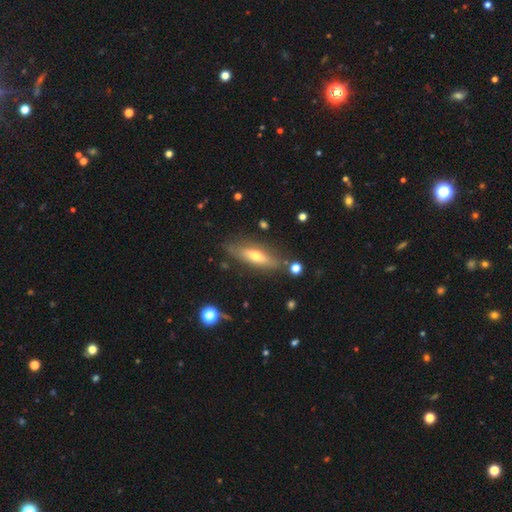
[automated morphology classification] Smooth or featured? Predicted: featured or disk (p=0.54). Edge-on disk? Predicted: yes (p=0.81). Merging? Predicted: none (p=0.80).